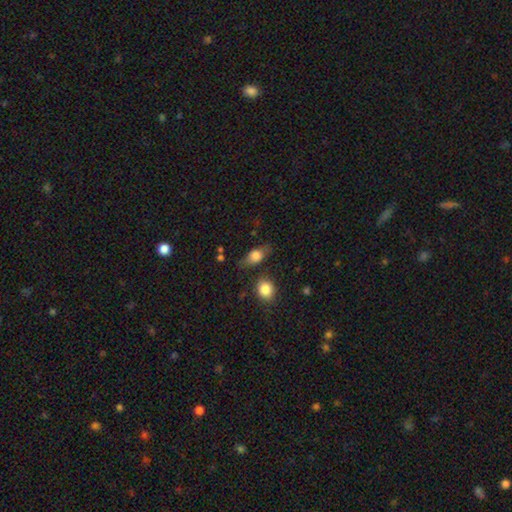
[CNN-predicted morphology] Smooth or featured?
  - smooth: 69% *
  - featured or disk: 23%
  - star or artifact: 9%
How rounded?
  - in between: 72% *
  - round: 17%
  - cigar-shaped: 11%
Merging?
  - none: 66% *
  - minor disturbance: 23%
  - major disturbance: 8%
  - merger: 4%